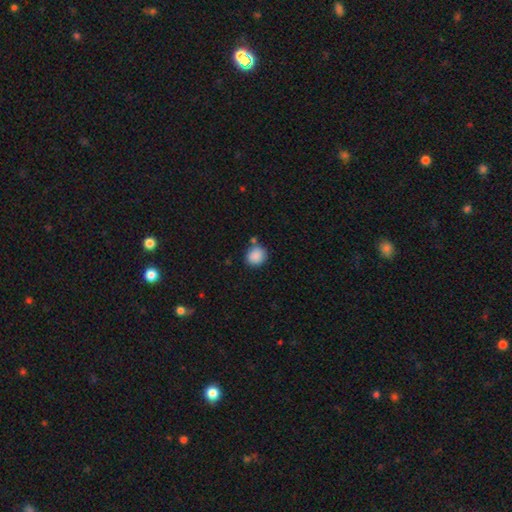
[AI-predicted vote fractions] A smooth galaxy with no disk features (88%) that is round (79%). Merging: none (74%).